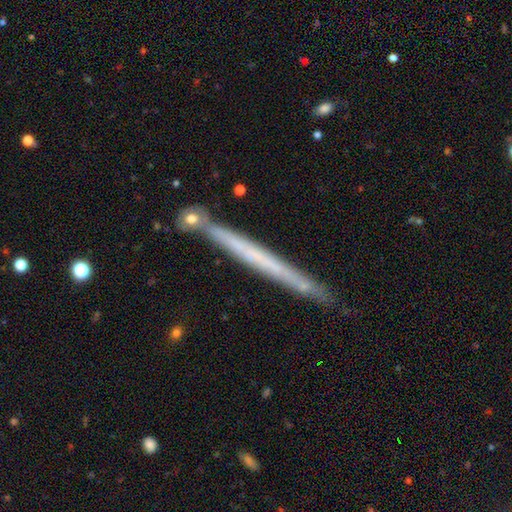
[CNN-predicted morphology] featured or disk 56%, smooth 37%, star or artifact 7%. Down the decision tree: edge-on disk — yes (97%); edge-on bulge — none (91%); merging — none (85%).